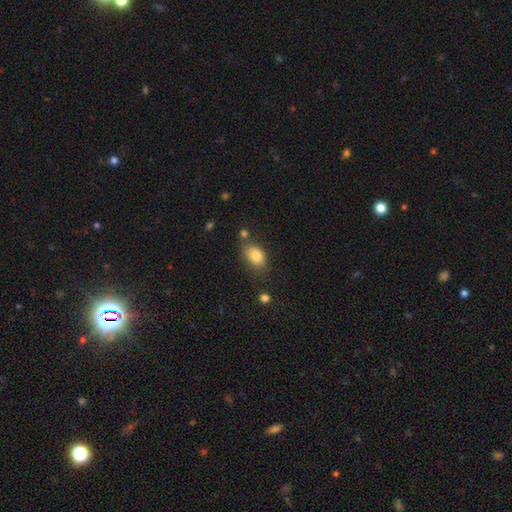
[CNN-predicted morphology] Smooth or featured? Predicted: smooth (p=0.83). How rounded? Predicted: in between (p=0.82). Merging? Predicted: none (p=0.66).